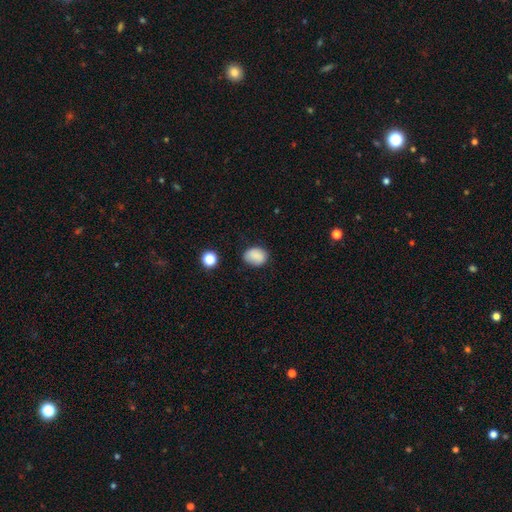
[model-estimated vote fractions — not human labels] Overall: smooth (85%). How rounded: in between (60%; round 39%). Merging: none (75%).